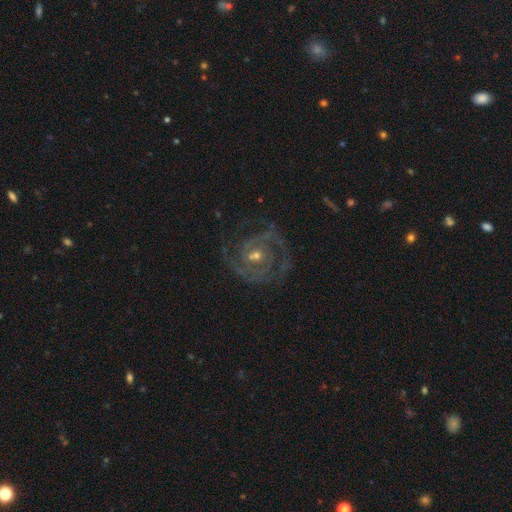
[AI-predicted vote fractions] A featured or disk galaxy (89%) with no bar (48%), 2 (61%) tight (59%) spiral arms (96%) and a small central bulge (50%).

Vote fractions:
- Smooth or featured? featured or disk: 89% / star or artifact: 6% / smooth: 5%
- Edge-on disk? no: 98% / yes: 2%
- Bar? no: 48% / weak: 41% / strong: 11%
- Spiral arms? yes: 96% / no: 4%
- Spiral winding? tight: 59% / medium: 34% / loose: 7%
- Spiral arm count? 2: 61% / 3: 14% / can't tell: 13% / 1: 4% / 4: 4% / more than 4: 4%
- Bulge size? small: 50% / moderate: 46% / large: 2% / none: 2% / dominant: 1%
- Merging? none: 73% / minor disturbance: 15% / major disturbance: 10% / merger: 2%